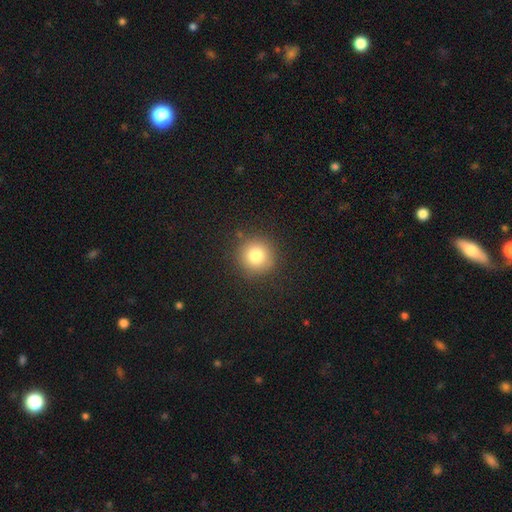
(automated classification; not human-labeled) Smooth or featured? smooth (79%)
How rounded? round (94%)
Merging? none (88%)